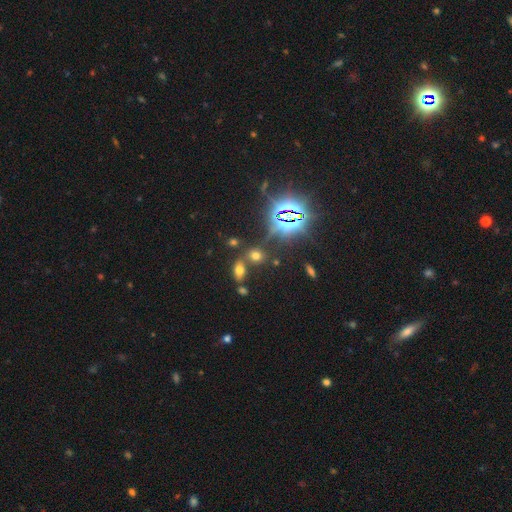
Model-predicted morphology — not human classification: Smooth or featured: smooth — 51% (star or artifact — 39%)
How rounded: in between — 69% (round — 27%)
Merging: none — 64% (merger — 23%)